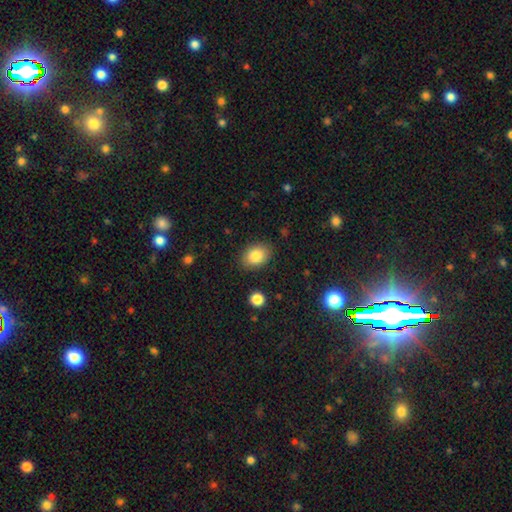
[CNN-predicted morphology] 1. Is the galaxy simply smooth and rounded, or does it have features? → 83% smooth, 8% featured or disk, 8% star or artifact.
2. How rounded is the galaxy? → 75% in between, 24% round, 1% cigar-shaped.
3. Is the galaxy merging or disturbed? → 85% none, 11% minor disturbance, 3% major disturbance, 2% merger.